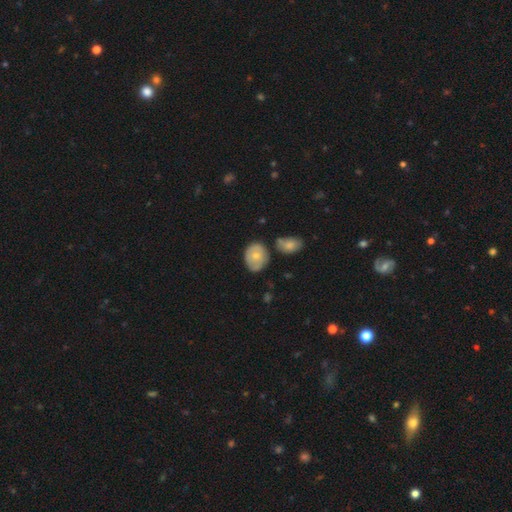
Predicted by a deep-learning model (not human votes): Overall: smooth (64%; featured or disk 30%). How rounded: in between (58%; round 40%). Merging: none (61%; minor disturbance 25%).